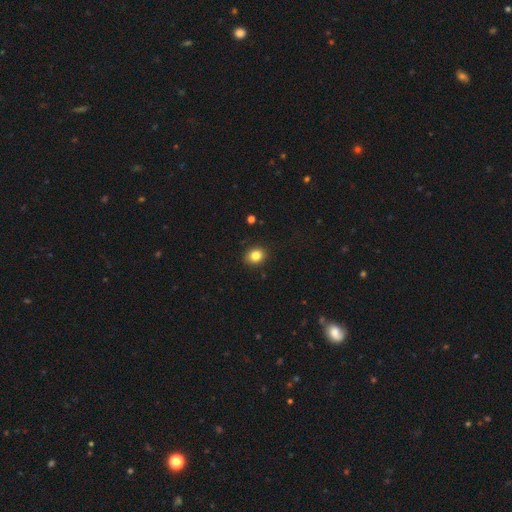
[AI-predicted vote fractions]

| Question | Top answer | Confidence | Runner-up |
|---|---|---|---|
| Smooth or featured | smooth | 84% | star or artifact (11%) |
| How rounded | round | 68% | in between (31%) |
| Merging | none | 89% | minor disturbance (8%) |